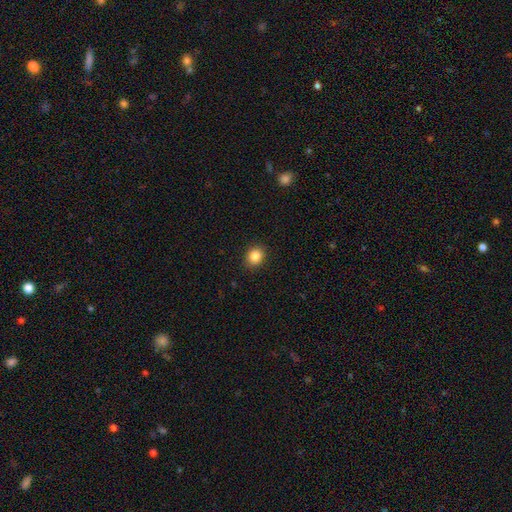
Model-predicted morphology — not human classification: Q: Smooth or featured?
A: smooth (85%); runner-up: star or artifact (10%)
Q: How rounded?
A: round (70%); runner-up: in between (29%)
Q: Merging?
A: none (90%); runner-up: minor disturbance (7%)